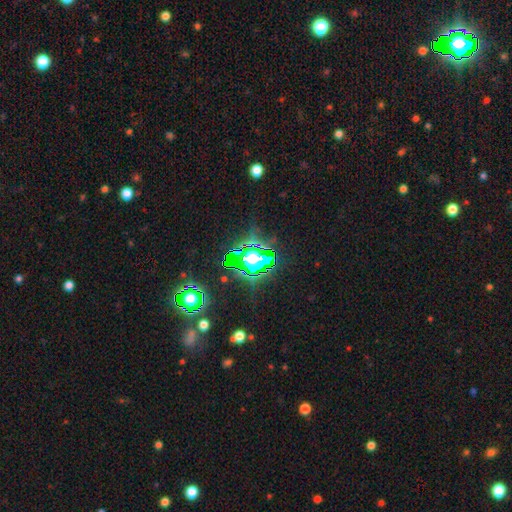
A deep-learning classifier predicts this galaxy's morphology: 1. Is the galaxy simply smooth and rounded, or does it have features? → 65% star or artifact, 20% smooth, 16% featured or disk.